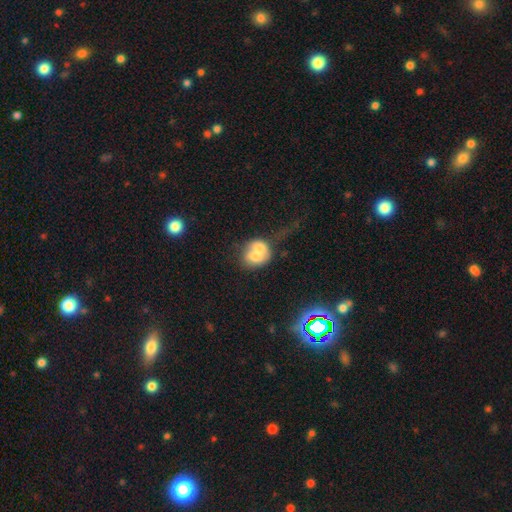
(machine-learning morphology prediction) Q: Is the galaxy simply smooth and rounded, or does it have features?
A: smooth — 62%.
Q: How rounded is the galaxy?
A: in between — 50%.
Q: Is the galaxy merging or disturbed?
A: merger — 70%.